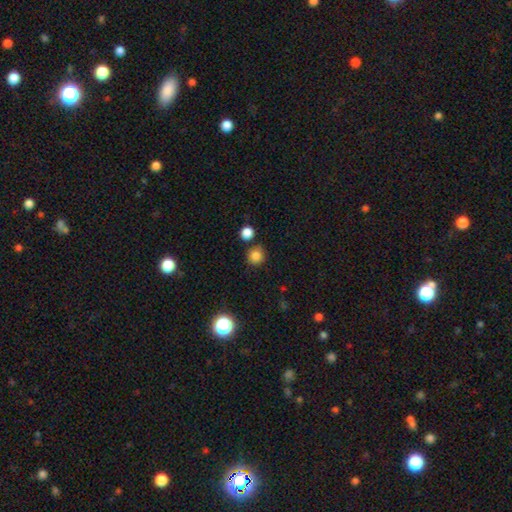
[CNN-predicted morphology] smooth_or_featured: smooth (p=0.83) [alt: star or artifact p=0.13]
how_rounded: round (p=0.91) [alt: in between p=0.08]
merging: none (p=0.80) [alt: minor disturbance p=0.10]